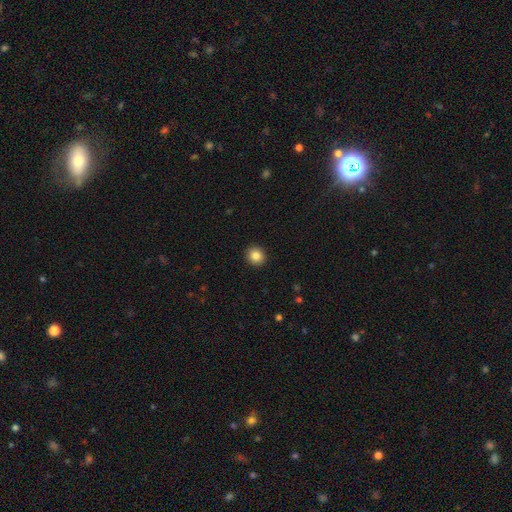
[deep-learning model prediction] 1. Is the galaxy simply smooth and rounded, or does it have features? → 85% smooth, 10% star or artifact, 5% featured or disk.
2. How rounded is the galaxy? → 89% round, 10% in between, 1% cigar-shaped.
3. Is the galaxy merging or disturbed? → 93% none, 5% minor disturbance, 2% major disturbance, 1% merger.